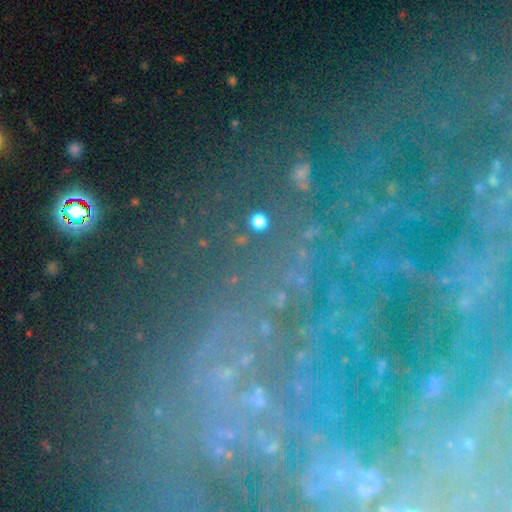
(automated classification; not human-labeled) Morphology: type=star or artifact (55%).